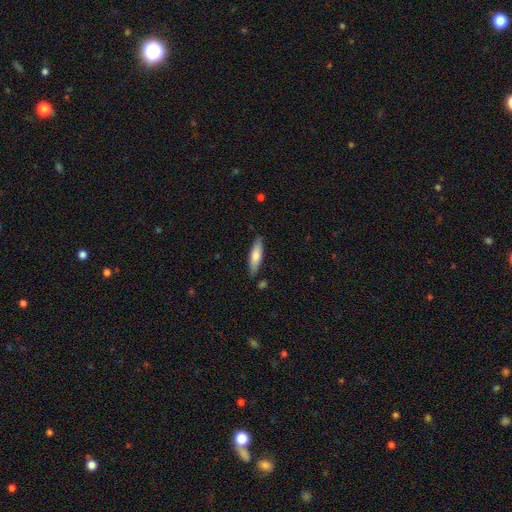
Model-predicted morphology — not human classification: Smooth or featured? smooth (70%)
How rounded? cigar-shaped (68%)
Merging? none (84%)